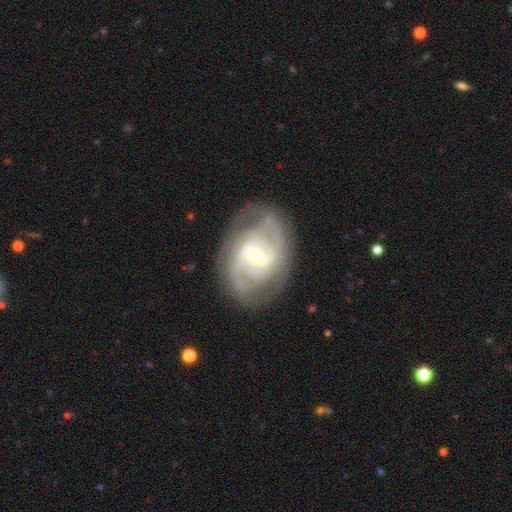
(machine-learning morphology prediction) This appears to be a featured or disk galaxy (88%) with a weak bar (49%), 2 (51%) tight (44%, tied with medium) spiral arms (96%) and a small central bulge (55%). Merging: none (74%).